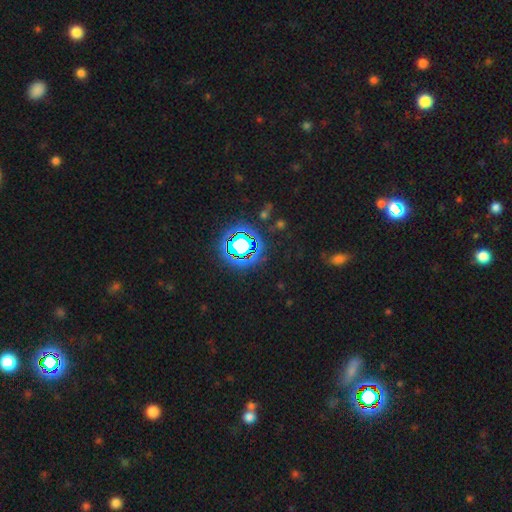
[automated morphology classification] star or artifact 78%, smooth 13%, featured or disk 8%.